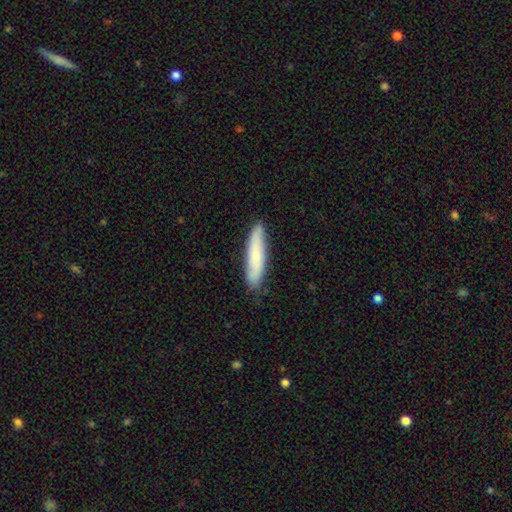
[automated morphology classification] Smooth or featured: smooth — 72% (featured or disk — 23%)
How rounded: cigar-shaped — 84% (in between — 15%)
Merging: none — 86% (minor disturbance — 11%)